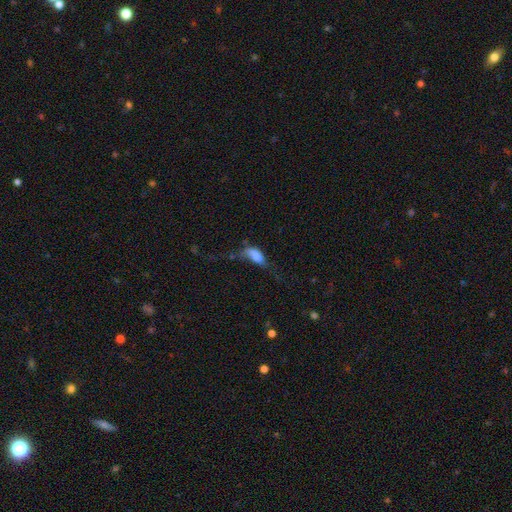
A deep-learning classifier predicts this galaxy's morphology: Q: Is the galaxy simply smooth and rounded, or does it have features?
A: smooth — 68%.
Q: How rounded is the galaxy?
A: in between — 84%.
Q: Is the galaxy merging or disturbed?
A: major disturbance — 46%.